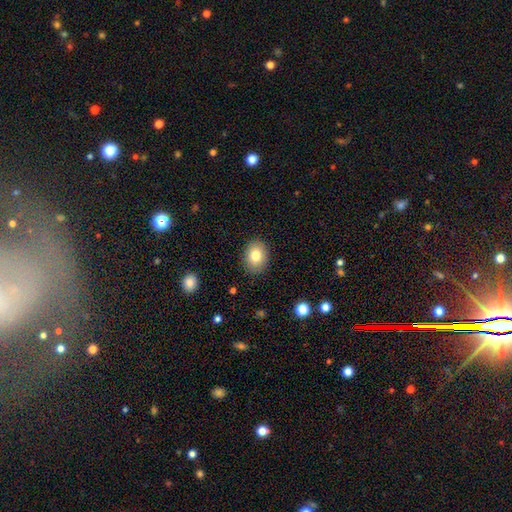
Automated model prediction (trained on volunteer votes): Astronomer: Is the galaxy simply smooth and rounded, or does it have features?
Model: smooth — 81%.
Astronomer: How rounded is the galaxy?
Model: in between — 62% (runner-up: round, 37%).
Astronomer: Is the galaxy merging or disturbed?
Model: none — 88%.